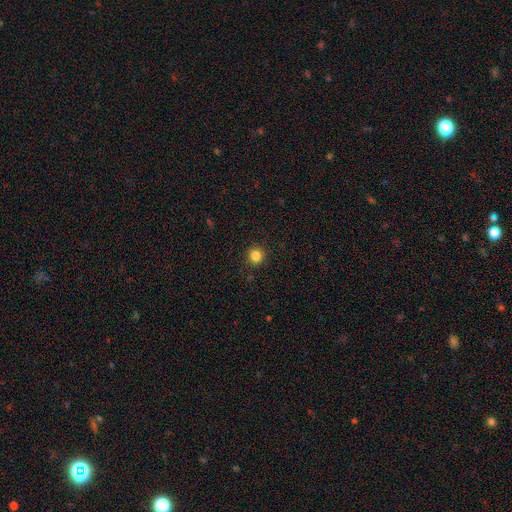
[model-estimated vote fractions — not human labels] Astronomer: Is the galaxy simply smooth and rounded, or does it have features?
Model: smooth — 84%.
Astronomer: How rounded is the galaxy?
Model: round — 90%.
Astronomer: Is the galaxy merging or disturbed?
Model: none — 91%.